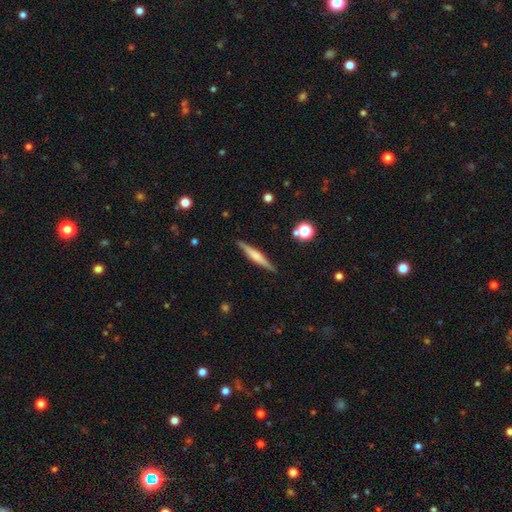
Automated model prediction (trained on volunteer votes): featured or disk 59%, smooth 35%, star or artifact 7%. Down the decision tree: edge-on disk — yes (97%); edge-on bulge — rounded (54%); merging — none (90%).